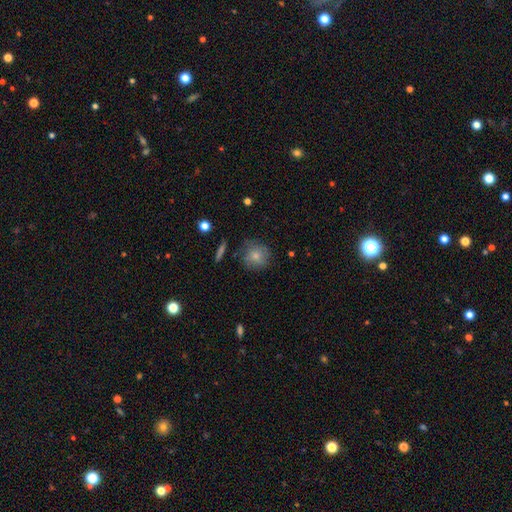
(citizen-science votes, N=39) smooth 77%, featured or disk 15%, star or artifact 8%. Down the decision tree: how rounded — round (90%); merging — none (58%).